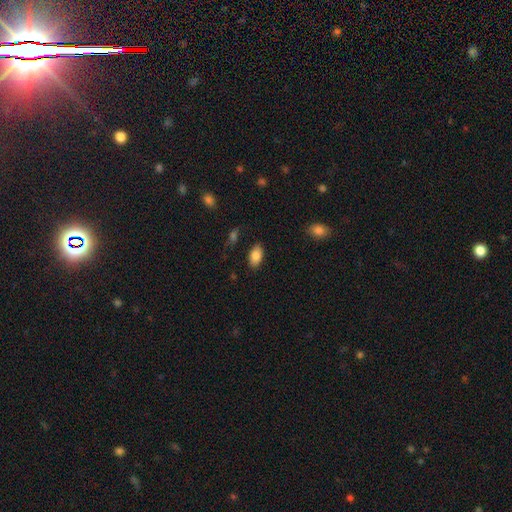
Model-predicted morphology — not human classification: smooth 85%, star or artifact 7%, featured or disk 7%. Down the decision tree: how rounded — in between (92%); merging — none (85%).